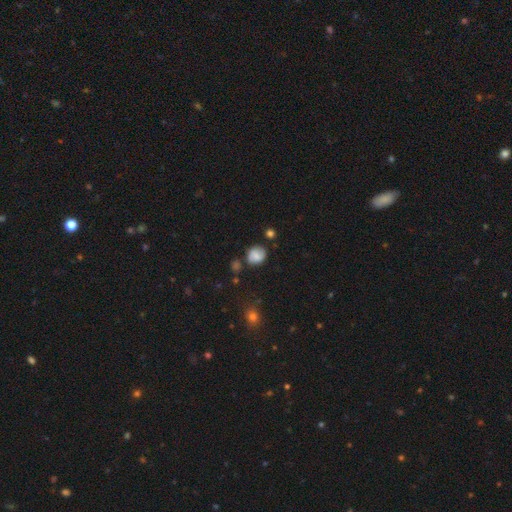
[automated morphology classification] A smooth galaxy with no disk features (70%) that is round (70%).

Vote fractions:
- Smooth or featured? smooth: 70% / featured or disk: 20% / star or artifact: 10%
- How rounded? round: 70% / in between: 29% / cigar-shaped: 1%
- Merging? none: 71% / minor disturbance: 18% / merger: 6% / major disturbance: 5%